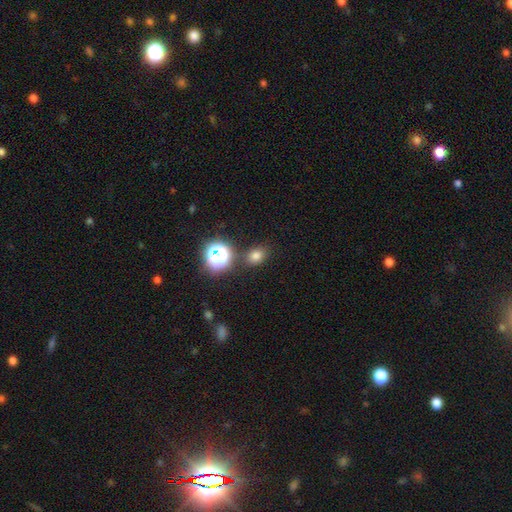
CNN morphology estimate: Smooth or featured?
  - smooth: 72% *
  - star or artifact: 22%
  - featured or disk: 7%
How rounded?
  - in between: 51% *
  - round: 48%
  - cigar-shaped: 1%
Merging?
  - none: 80% *
  - minor disturbance: 10%
  - merger: 6%
  - major disturbance: 3%